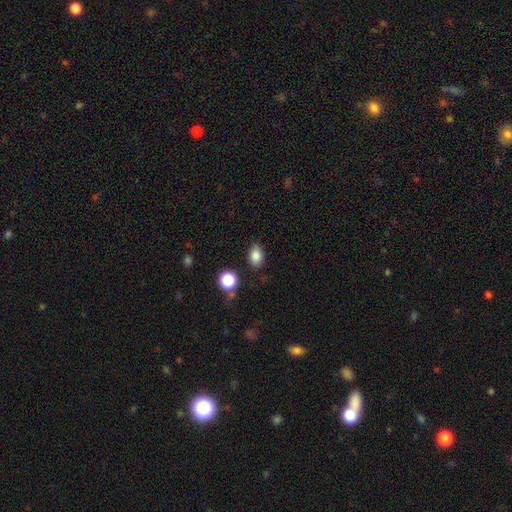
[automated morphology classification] A smooth galaxy with no disk features (85%) that is in between round and cigar-shaped (75%).

Vote fractions:
- Smooth or featured? smooth: 85% / star or artifact: 10% / featured or disk: 5%
- How rounded? in between: 75% / round: 24% / cigar-shaped: 1%
- Merging? none: 83% / minor disturbance: 12% / major disturbance: 3% / merger: 3%